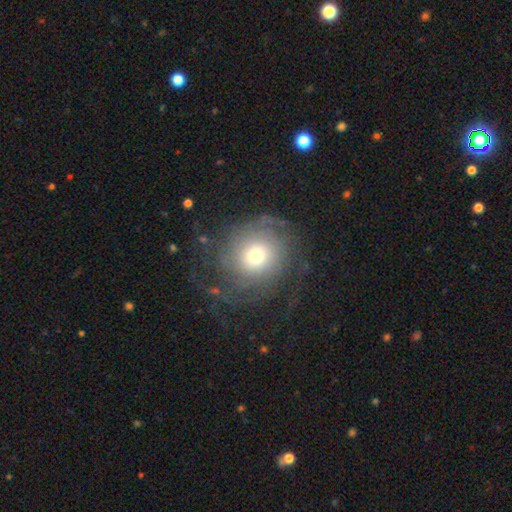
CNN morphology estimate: This appears to be a featured or disk galaxy (62%) with no bar (83%), spiral arms (83%) and a moderate central bulge (51%). Merging: none (66%).